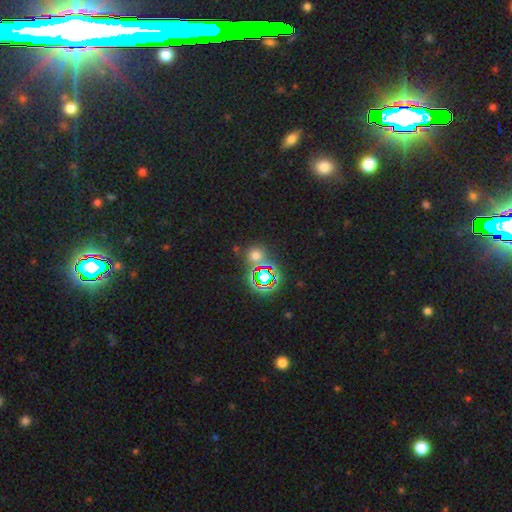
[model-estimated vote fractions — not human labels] This appears to be a smooth galaxy with no disk features (50%). Merging: none (72%).